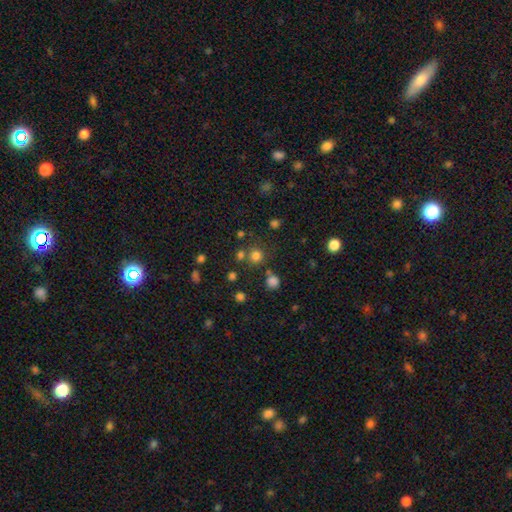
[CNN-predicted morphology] Overall: smooth (74%). How rounded: round (92%). Merging: none (75%).